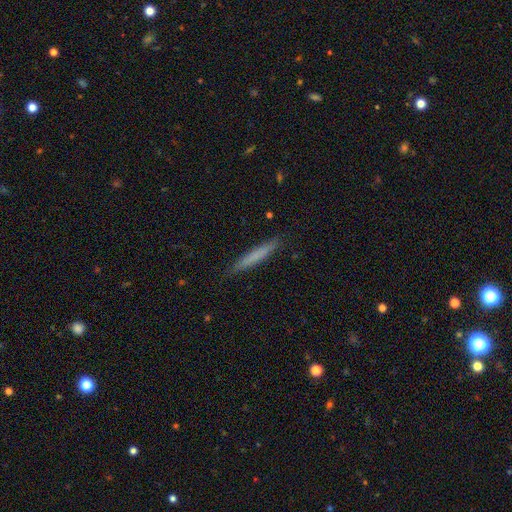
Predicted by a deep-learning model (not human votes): smooth_or_featured: smooth (p=0.68) [alt: featured or disk p=0.25]
how_rounded: cigar-shaped (p=0.95) [alt: in between p=0.03]
merging: none (p=0.88) [alt: minor disturbance p=0.10]